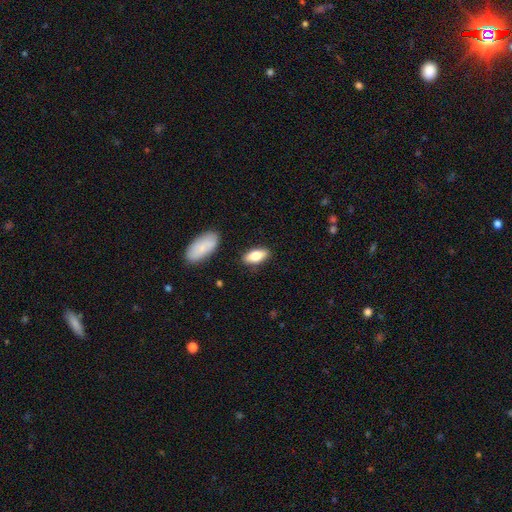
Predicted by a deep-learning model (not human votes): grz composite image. It shows a smooth galaxy with no disk features (75%) that is in between round and cigar-shaped (83%). Merging: none (86%).